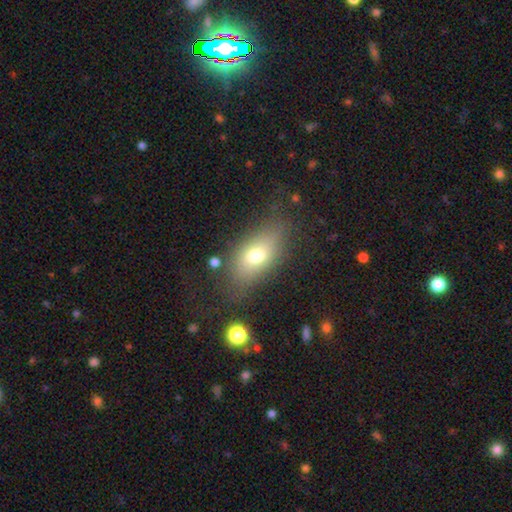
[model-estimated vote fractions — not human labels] smooth 69%, featured or disk 20%, star or artifact 11%. Down the decision tree: how rounded — in between (82%); merging — none (72%).